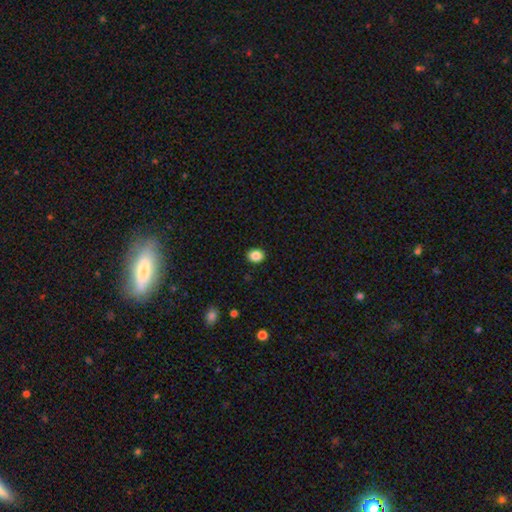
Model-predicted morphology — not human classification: Smooth or featured? Predicted: smooth (p=0.86). How rounded? Predicted: round (p=0.65). Merging? Predicted: none (p=0.92).